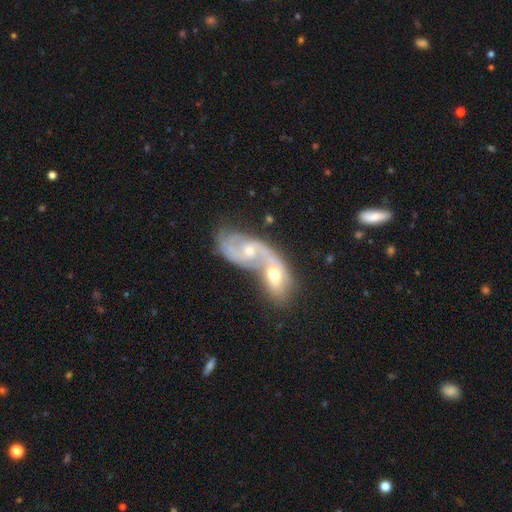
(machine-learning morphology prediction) Smooth or featured?
  - featured or disk: 75% *
  - smooth: 18%
  - star or artifact: 8%
Edge-on disk?
  - no: 94% *
  - yes: 6%
Bar?
  - no: 61% *
  - weak: 30%
  - strong: 8%
Spiral arms?
  - yes: 80% *
  - no: 20%
Spiral winding?
  - loose: 44% *
  - medium: 34%
  - tight: 22%
Spiral arm count?
  - 2: 69% *
  - can't tell: 14%
  - 1: 10%
  - 3: 3%
  - 4: 2%
  - more than 4: 2%
Bulge size?
  - moderate: 49% *
  - small: 44%
  - none: 3%
  - large: 3%
  - dominant: 2%
Merging?
  - merger: 73% *
  - none: 16%
  - minor disturbance: 6%
  - major disturbance: 5%